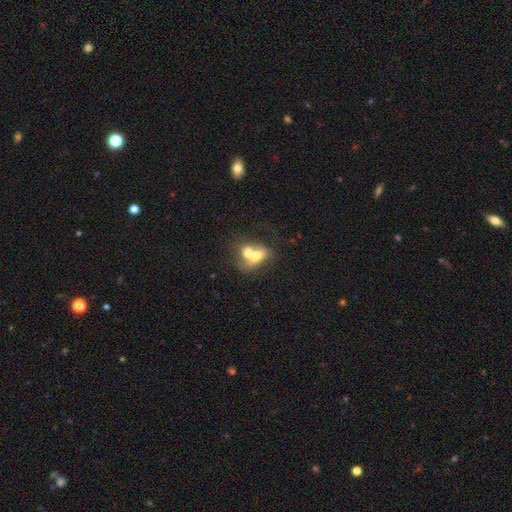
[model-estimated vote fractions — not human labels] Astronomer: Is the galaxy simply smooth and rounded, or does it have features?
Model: smooth — 60%.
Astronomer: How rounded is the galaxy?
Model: in between — 61% (runner-up: round, 36%).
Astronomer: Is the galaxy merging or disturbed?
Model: merger — 74%.